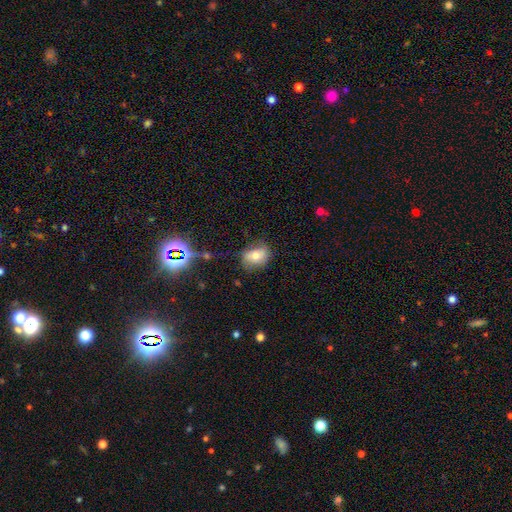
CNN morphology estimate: type=smooth (68%); roundness=in between (68%); merging=none (67%).